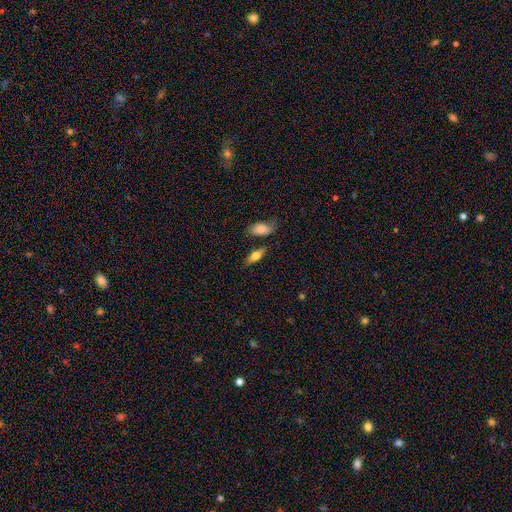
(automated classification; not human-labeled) A smooth galaxy with no disk features (63%) that is in between round and cigar-shaped (65%). Merging: none (75%).